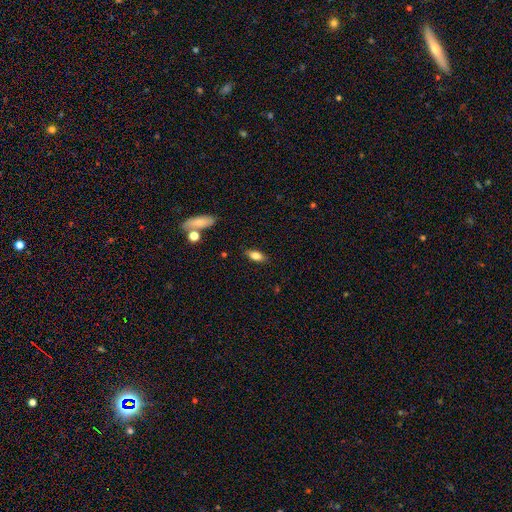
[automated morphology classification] type=smooth (79%); roundness=in between (83%); merging=none (84%).